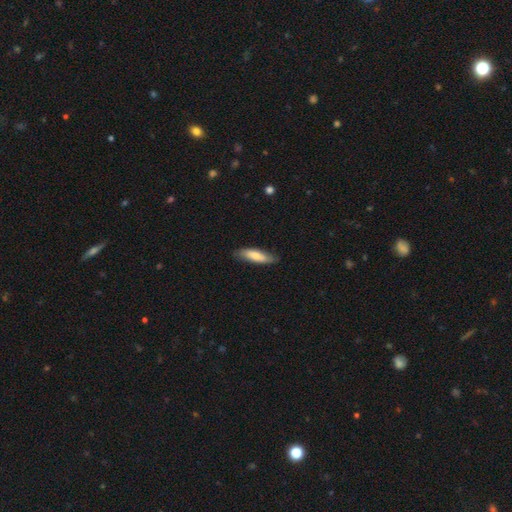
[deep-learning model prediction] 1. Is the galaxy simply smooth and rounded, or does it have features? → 75% smooth, 20% featured or disk, 5% star or artifact.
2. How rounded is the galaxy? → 59% cigar-shaped, 40% in between, 2% round.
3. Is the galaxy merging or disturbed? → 80% none, 16% minor disturbance, 3% major disturbance, 1% merger.